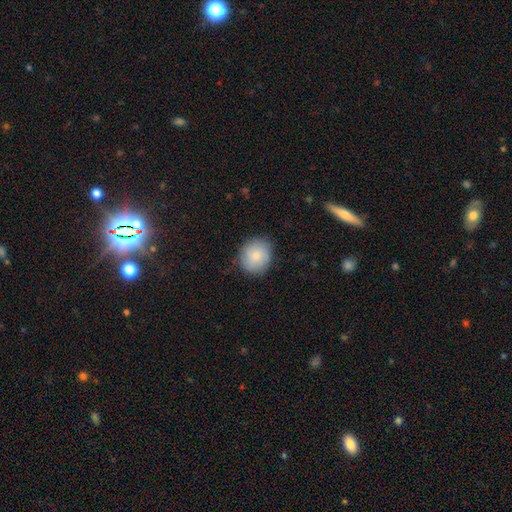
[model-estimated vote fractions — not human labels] Morphology: type=smooth (81%); roundness=round (80%); merging=none (80%).